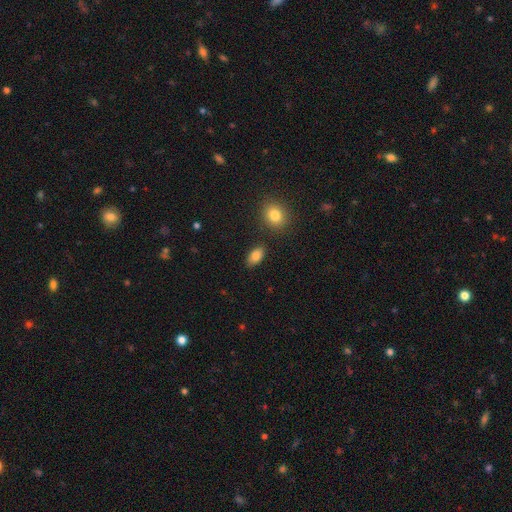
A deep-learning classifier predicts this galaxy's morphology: smooth-or-featured: smooth: 85% | star or artifact: 8% | featured or disk: 7%
  how-rounded: in between: 91% | round: 6% | cigar-shaped: 3%
  merging: none: 83% | minor disturbance: 10% | merger: 4% | major disturbance: 3%